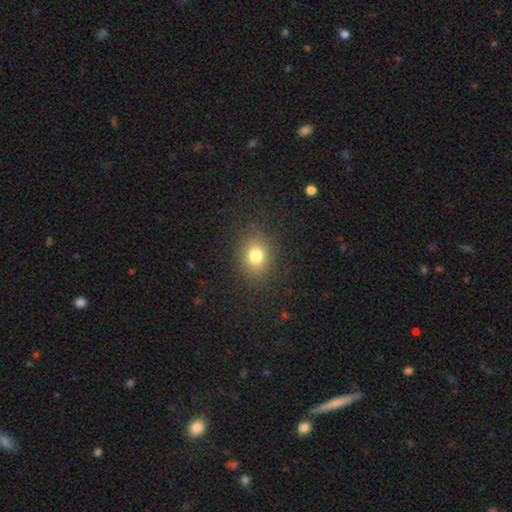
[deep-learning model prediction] A smooth galaxy with no disk features (77%) that is round (60%). Merging: none (87%).